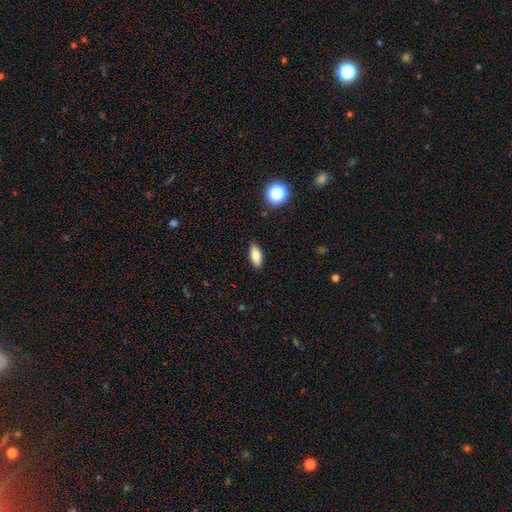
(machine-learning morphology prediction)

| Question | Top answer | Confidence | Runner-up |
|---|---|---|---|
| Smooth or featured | smooth | 83% | star or artifact (8%) |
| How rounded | in between | 86% | cigar-shaped (11%) |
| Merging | none | 89% | minor disturbance (8%) |